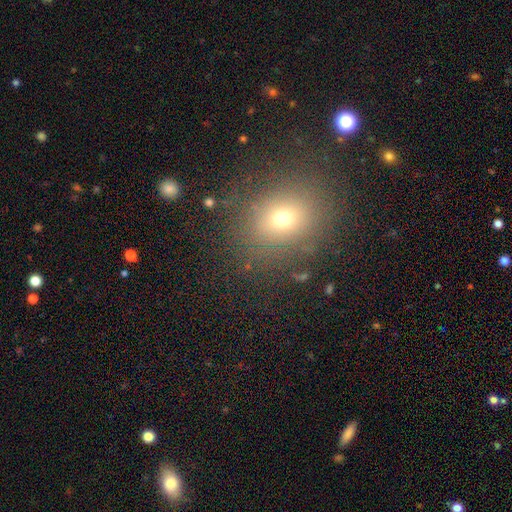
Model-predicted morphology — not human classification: type=smooth (64%); roundness=round (63%); merging=none (84%).